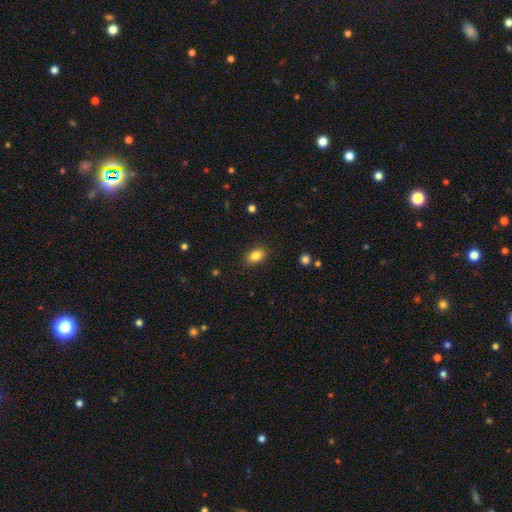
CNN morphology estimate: smooth 84%, star or artifact 9%, featured or disk 6%. Down the decision tree: how rounded — in between (73%); merging — none (86%).